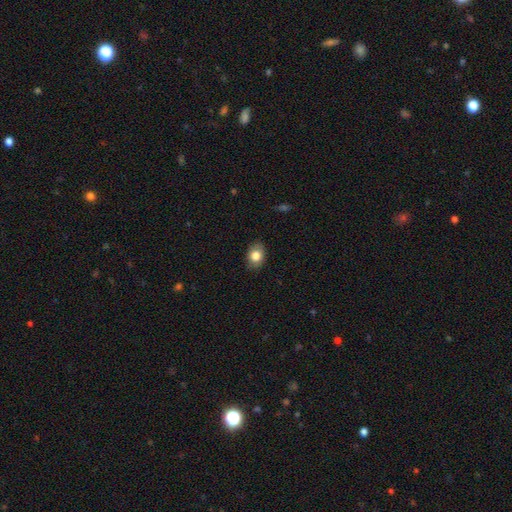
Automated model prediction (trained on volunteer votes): A smooth galaxy with no disk features (81%) that is in between round and cigar-shaped (67%).

Vote fractions:
- Smooth or featured? smooth: 81% / featured or disk: 11% / star or artifact: 8%
- How rounded? in between: 67% / round: 32% / cigar-shaped: 1%
- Merging? none: 83% / minor disturbance: 13% / major disturbance: 3% / merger: 1%